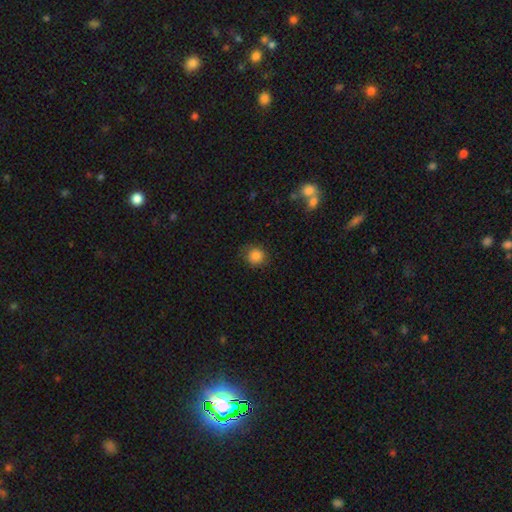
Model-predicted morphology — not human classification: This is clearly a smooth galaxy (85%). How rounded: clearly round (86%). Merging: clearly none (82%).